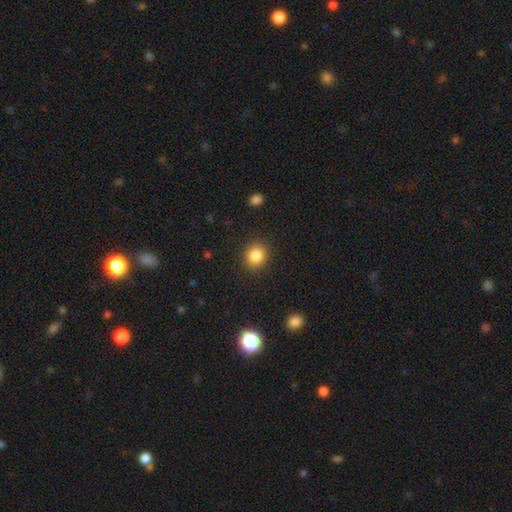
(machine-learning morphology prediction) smooth-or-featured: smooth: 84% | star or artifact: 11% | featured or disk: 5%
  how-rounded: round: 77% | in between: 22% | cigar-shaped: 1%
  merging: none: 89% | minor disturbance: 7% | major disturbance: 2% | merger: 1%